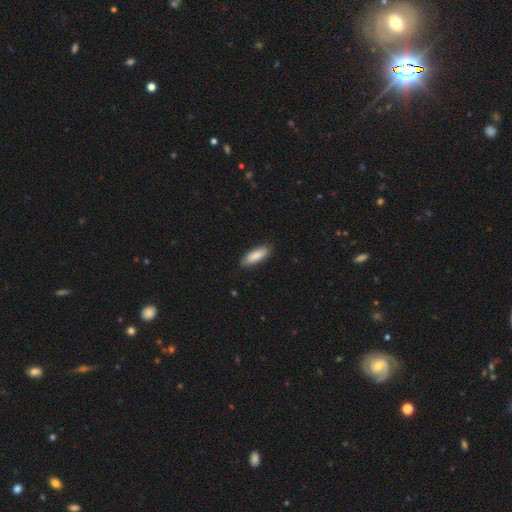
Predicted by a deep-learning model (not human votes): A smooth galaxy with no disk features (85%) that is in between round and cigar-shaped (54%).

Vote fractions:
- Smooth or featured? smooth: 85% / featured or disk: 10% / star or artifact: 5%
- How rounded? in between: 54% / cigar-shaped: 44% / round: 2%
- Merging? none: 88% / minor disturbance: 9% / major disturbance: 2% / merger: 1%